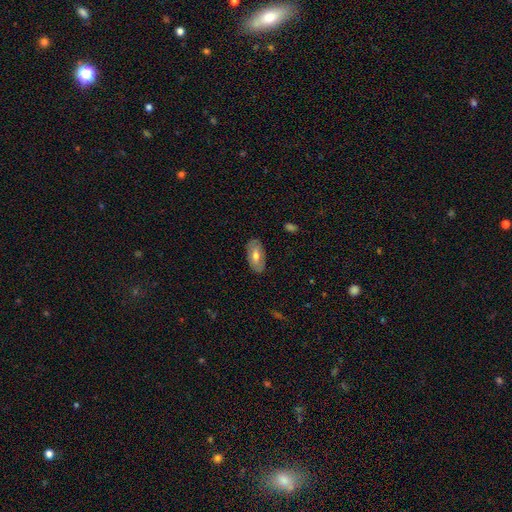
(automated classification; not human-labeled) Smooth or featured?
  - smooth: 59% *
  - featured or disk: 35%
  - star or artifact: 6%
How rounded?
  - in between: 92% *
  - cigar-shaped: 5%
  - round: 3%
Merging?
  - none: 85% *
  - minor disturbance: 12%
  - major disturbance: 3%
  - merger: 1%